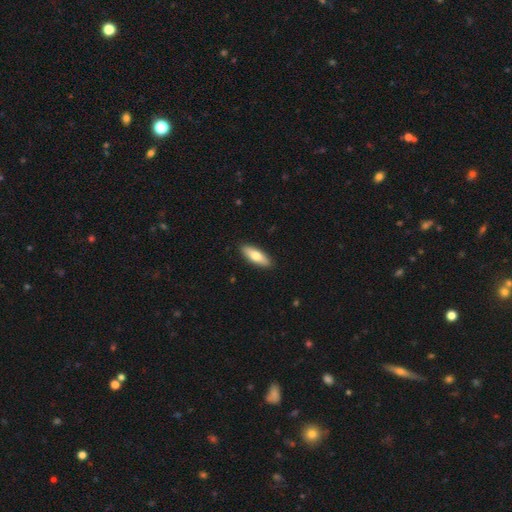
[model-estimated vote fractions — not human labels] Morphology: type=smooth (72%); roundness=in between (61%); merging=none (90%).